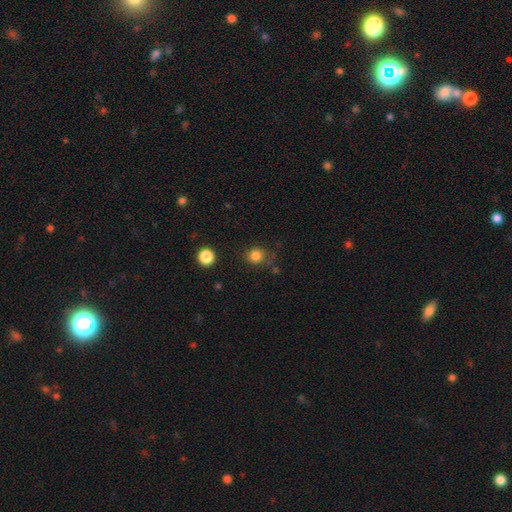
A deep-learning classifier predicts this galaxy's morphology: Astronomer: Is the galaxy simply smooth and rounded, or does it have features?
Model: smooth — 83%.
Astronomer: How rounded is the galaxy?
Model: round — 90%.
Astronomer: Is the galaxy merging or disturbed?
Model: none — 78%.